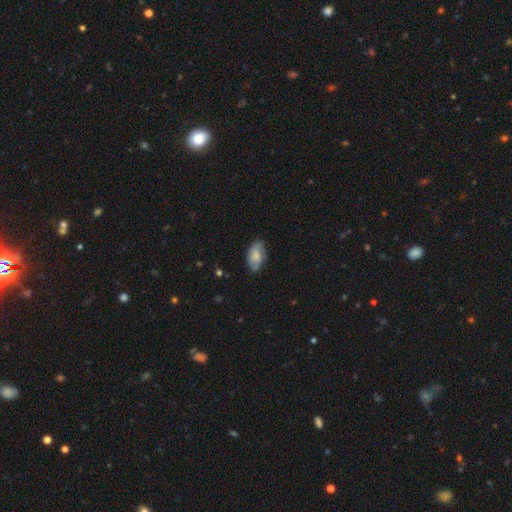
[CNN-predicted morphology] The model was most divided on "smooth or featured": smooth: 65%, featured or disk: 28%, star or artifact: 7%. More confident: how rounded — in between (93%); merging — none (73%).